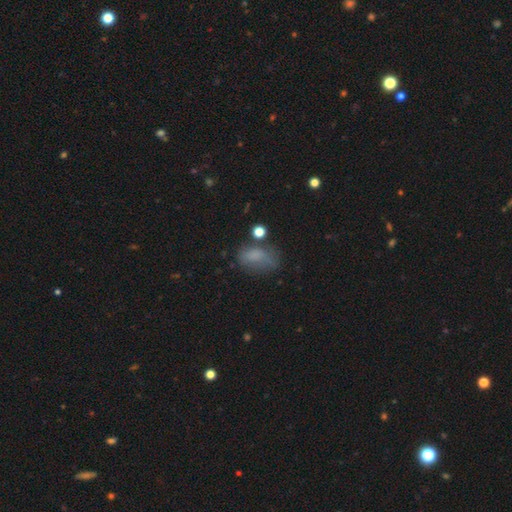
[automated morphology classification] smooth 69%, featured or disk 16%, star or artifact 15%. Down the decision tree: how rounded — in between (84%); merging — none (43%).